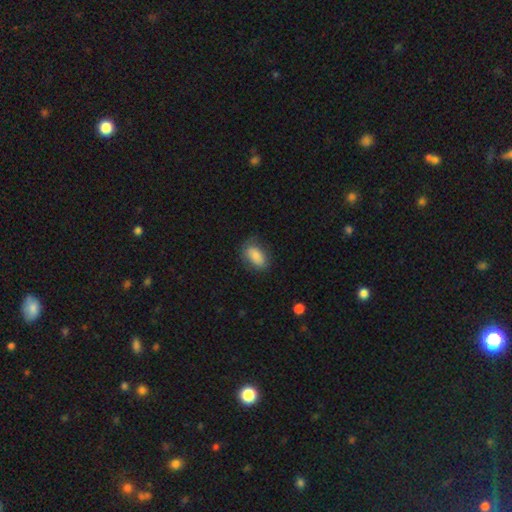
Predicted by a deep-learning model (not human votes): Q: Smooth or featured?
A: smooth (84%); runner-up: featured or disk (9%)
Q: How rounded?
A: in between (90%); runner-up: round (7%)
Q: Merging?
A: none (70%); runner-up: minor disturbance (21%)